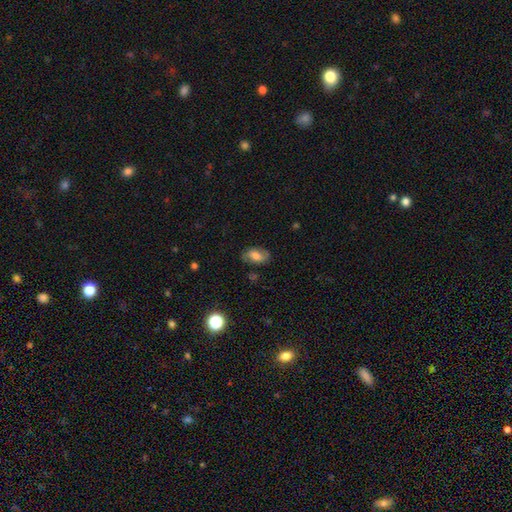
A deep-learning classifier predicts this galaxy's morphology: Smooth or featured?
  - smooth: 61% *
  - featured or disk: 30%
  - star or artifact: 9%
How rounded?
  - in between: 89% *
  - round: 8%
  - cigar-shaped: 3%
Merging?
  - none: 75% *
  - minor disturbance: 18%
  - major disturbance: 6%
  - merger: 2%